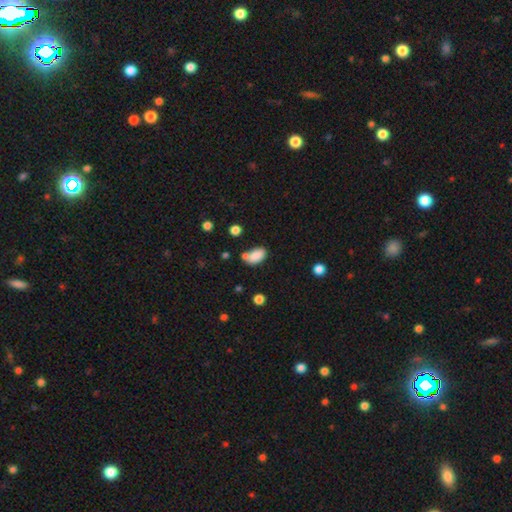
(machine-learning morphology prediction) smooth-or-featured: smooth: 85% | star or artifact: 9% | featured or disk: 6%
  how-rounded: in between: 90% | round: 8% | cigar-shaped: 2%
  merging: none: 56% | merger: 20% | minor disturbance: 18% | major disturbance: 6%